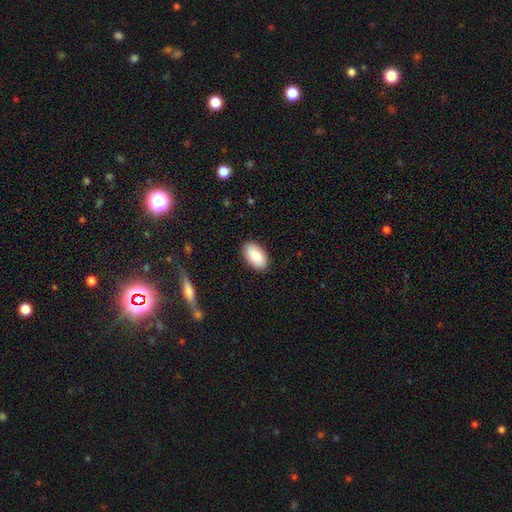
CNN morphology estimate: smooth-or-featured: smooth: 82% | featured or disk: 12% | star or artifact: 6%
  how-rounded: in between: 94% | round: 4% | cigar-shaped: 2%
  merging: none: 88% | minor disturbance: 9% | major disturbance: 2% | merger: 1%